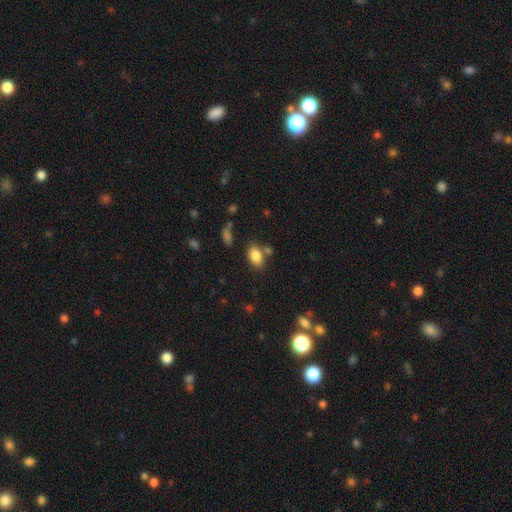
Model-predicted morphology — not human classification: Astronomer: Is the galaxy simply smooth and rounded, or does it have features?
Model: smooth — 84%.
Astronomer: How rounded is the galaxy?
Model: in between — 86%.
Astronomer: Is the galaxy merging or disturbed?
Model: none — 70%.